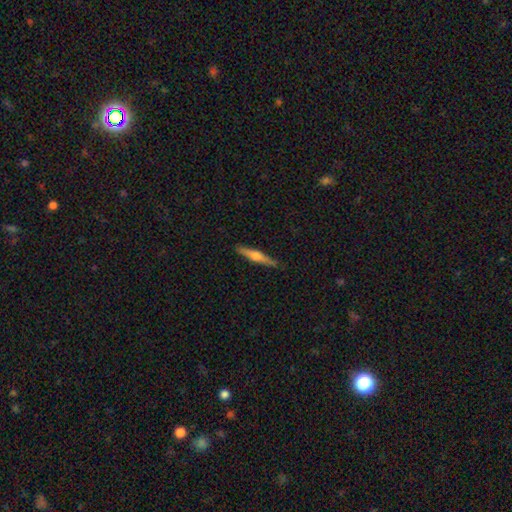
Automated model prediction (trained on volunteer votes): smooth-or-featured: featured or disk: 61% | smooth: 34% | star or artifact: 6%
  disk-edge-on: yes: 97% | no: 3%
    edge-on-bulge: rounded: 92% | none: 4% | boxy: 4%
  merging: none: 90% | minor disturbance: 7% | major disturbance: 1% | merger: 1%